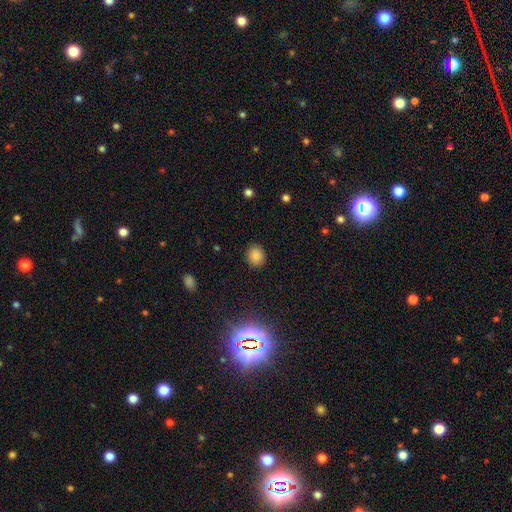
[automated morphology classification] A smooth galaxy with no disk features (83%) that is round (74%).

Vote fractions:
- Smooth or featured? smooth: 83% / star or artifact: 12% / featured or disk: 5%
- How rounded? round: 74% / in between: 25% / cigar-shaped: 1%
- Merging? none: 87% / minor disturbance: 10% / major disturbance: 3% / merger: 1%